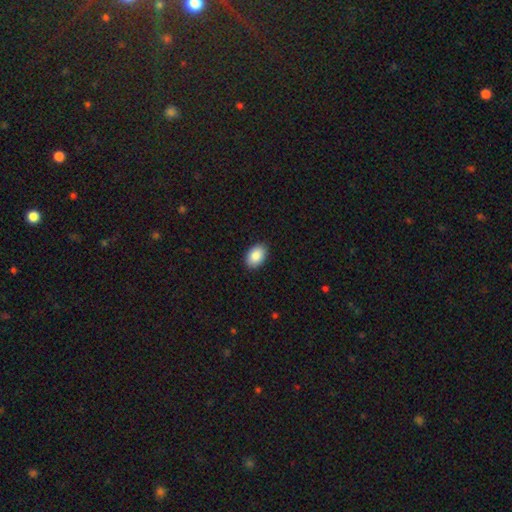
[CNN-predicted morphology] A smooth galaxy with no disk features (89%) that is in between round and cigar-shaped (87%). Merging: none (90%).